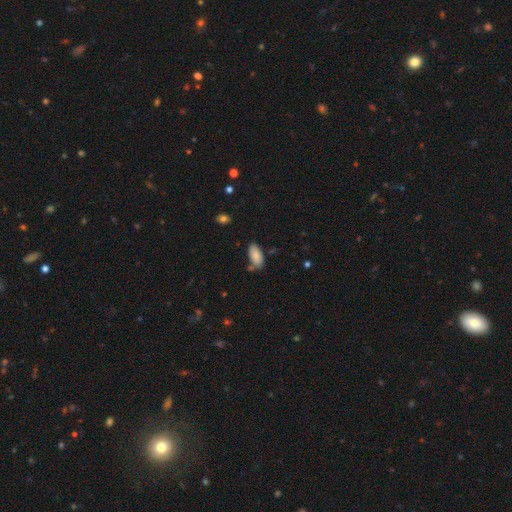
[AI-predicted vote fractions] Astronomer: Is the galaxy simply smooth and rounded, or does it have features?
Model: smooth — 85%.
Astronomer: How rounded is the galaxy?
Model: in between — 91%.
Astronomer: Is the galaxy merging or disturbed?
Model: none — 68%.